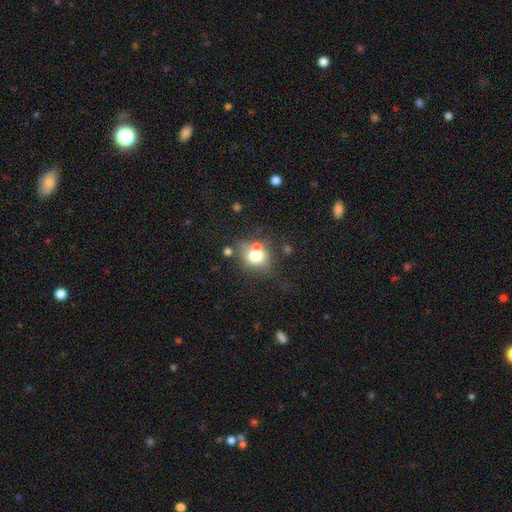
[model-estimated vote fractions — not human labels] Smooth or featured: smooth — 70% (featured or disk — 18%)
How rounded: round — 63% (in between — 36%)
Merging: none — 50% (merger — 26%)